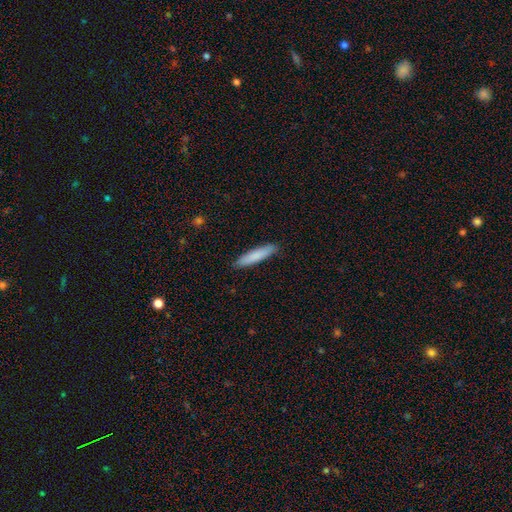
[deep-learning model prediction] smooth-or-featured: smooth: 82% | featured or disk: 12% | star or artifact: 5%
  how-rounded: cigar-shaped: 87% | in between: 11% | round: 1%
  merging: none: 90% | minor disturbance: 8% | major disturbance: 2% | merger: 1%